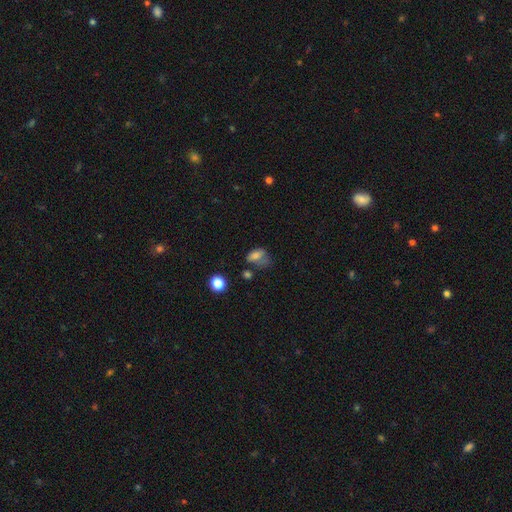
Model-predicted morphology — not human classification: Smooth or featured: smooth — 71% (featured or disk — 16%)
How rounded: in between — 76% (round — 21%)
Merging: major disturbance — 33% (minor disturbance — 30%)